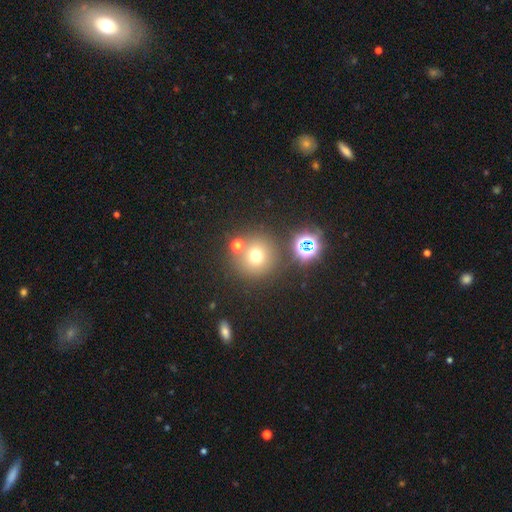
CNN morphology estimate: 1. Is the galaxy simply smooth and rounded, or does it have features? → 66% smooth, 23% star or artifact, 11% featured or disk.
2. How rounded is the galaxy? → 94% round, 5% in between, 1% cigar-shaped.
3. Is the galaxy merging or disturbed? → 75% none, 13% merger, 8% minor disturbance, 4% major disturbance.